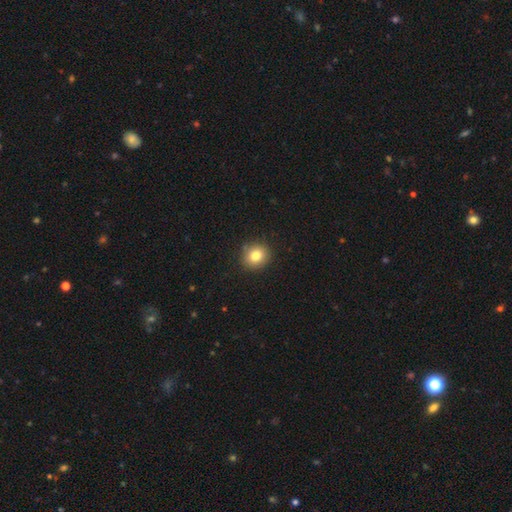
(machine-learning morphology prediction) Smooth or featured? Predicted: smooth (p=0.81). How rounded? Predicted: round (p=0.81). Merging? Predicted: none (p=0.88).